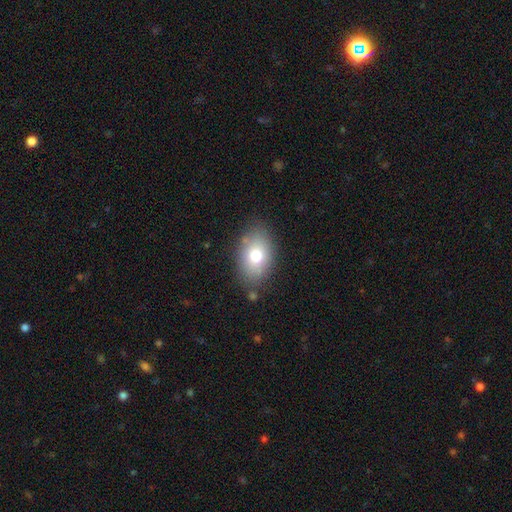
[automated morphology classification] Smooth or featured? smooth (75%)
How rounded? in between (81%)
Merging? none (79%)